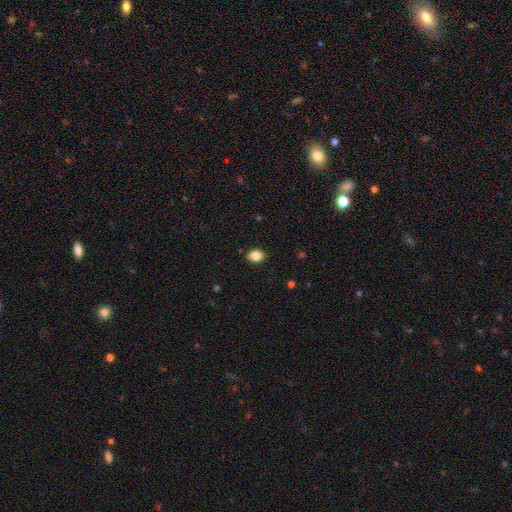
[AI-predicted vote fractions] Morphology: type=smooth (84%); roundness=in between (71%); merging=none (88%).